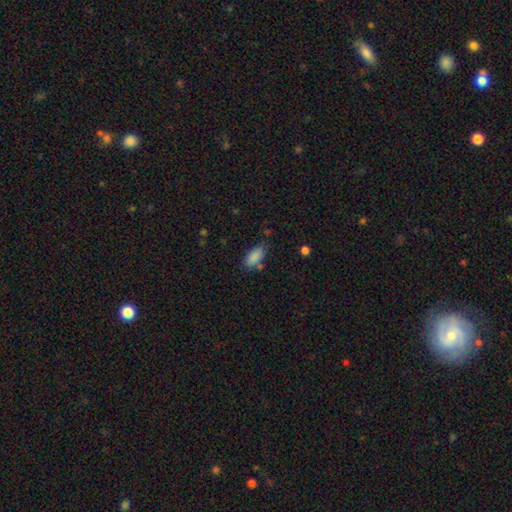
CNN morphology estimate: A smooth galaxy with no disk features (87%) that is in between round and cigar-shaped (89%). Merging: none (70%).